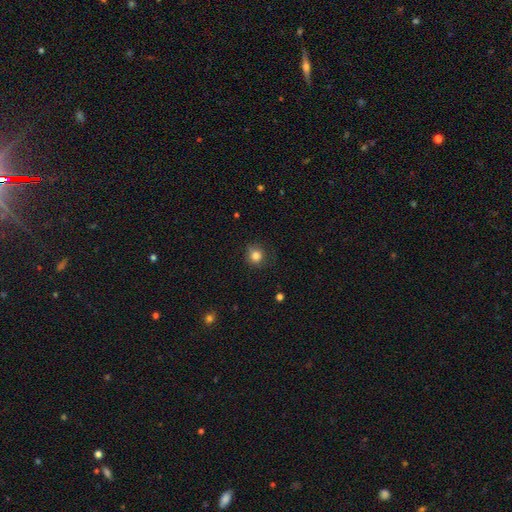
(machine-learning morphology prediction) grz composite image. It shows a smooth galaxy with no disk features (83%) that is round (89%). Merging: none (77%).